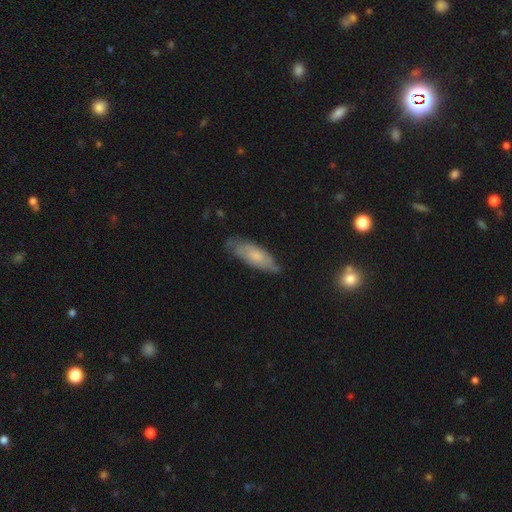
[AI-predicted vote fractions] Morphology: type=smooth (57%); roundness=in between (66%); merging=none (63%).